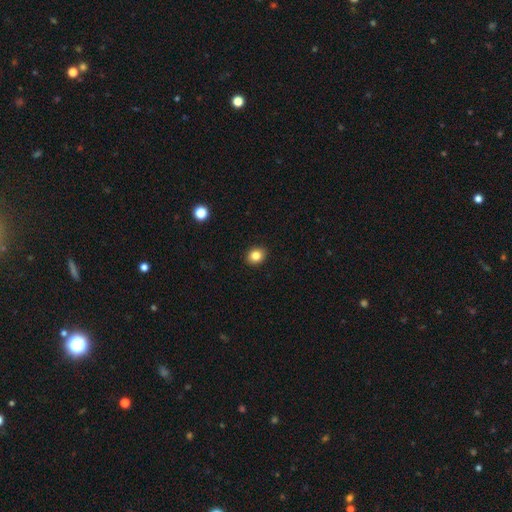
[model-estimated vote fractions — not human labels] smooth-or-featured: smooth: 84% | star or artifact: 10% | featured or disk: 6%
  how-rounded: round: 61% | in between: 38% | cigar-shaped: 1%
  merging: none: 91% | minor disturbance: 6% | major disturbance: 2% | merger: 1%